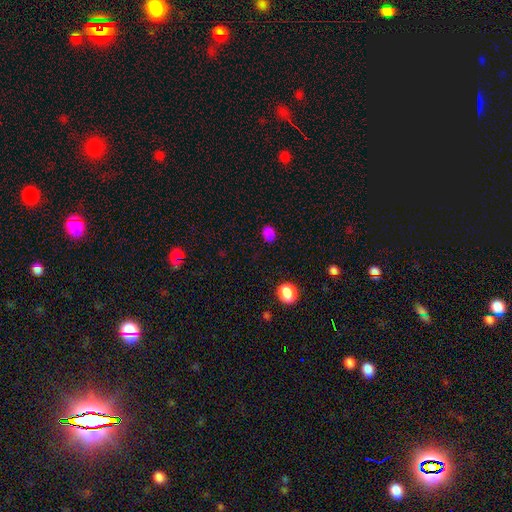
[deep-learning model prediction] This is likely a smooth galaxy (76%). How rounded: possibly round (56%). Merging: clearly none (86%).